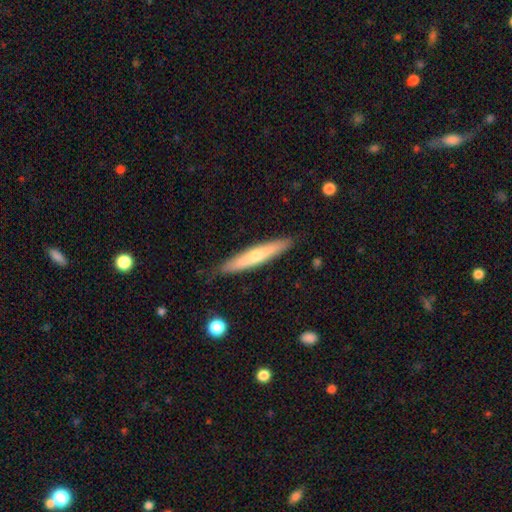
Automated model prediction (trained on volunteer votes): A smooth galaxy with no disk features (49%).

Vote fractions:
- Smooth or featured? smooth: 49% / featured or disk: 46% / star or artifact: 6%
- Merging? none: 87% / minor disturbance: 10% / major disturbance: 2% / merger: 1%